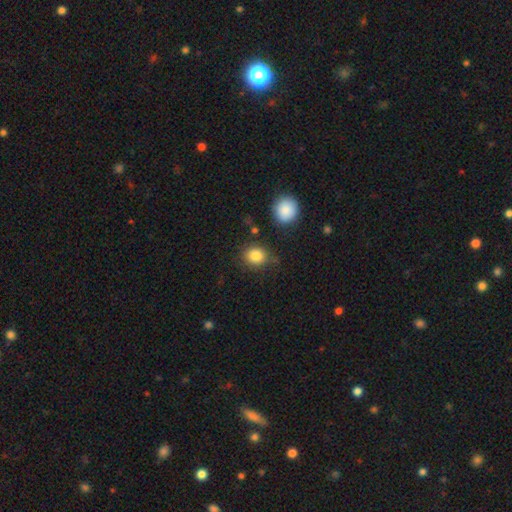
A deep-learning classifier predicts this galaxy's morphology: Overall: smooth (85%). How rounded: round (75%). Merging: none (79%).